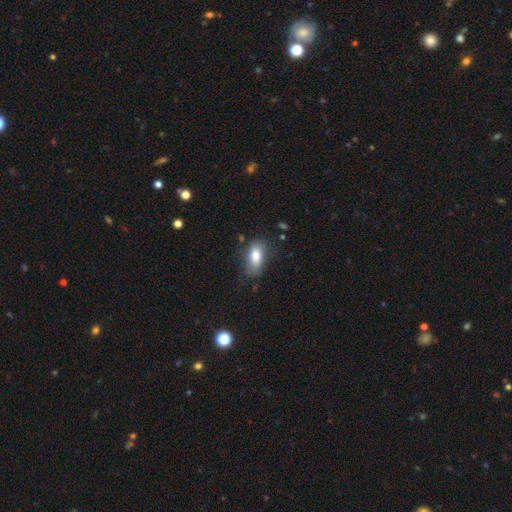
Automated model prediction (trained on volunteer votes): This is likely a smooth galaxy (78%). How rounded: clearly in between (89%). Merging: likely none (65%).